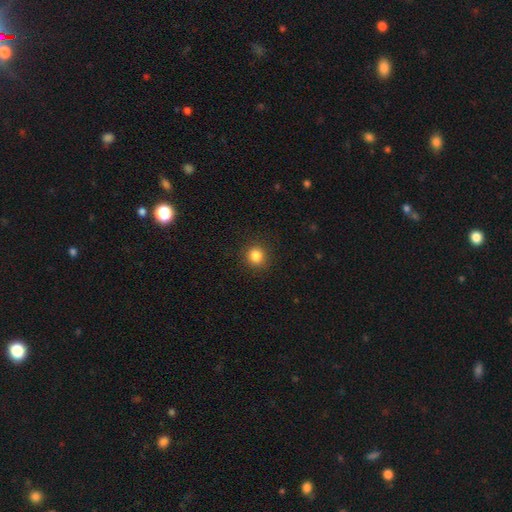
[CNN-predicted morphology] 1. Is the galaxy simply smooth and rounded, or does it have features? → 84% smooth, 12% star or artifact, 4% featured or disk.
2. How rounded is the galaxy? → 89% round, 10% in between, 1% cigar-shaped.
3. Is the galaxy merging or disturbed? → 91% none, 6% minor disturbance, 2% major disturbance, 1% merger.